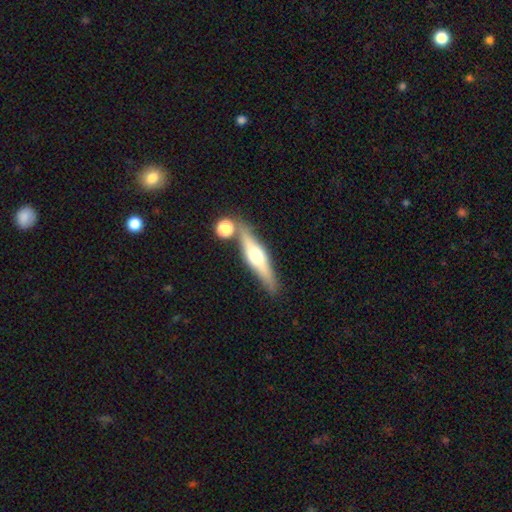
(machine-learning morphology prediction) This is likely a featured or disk galaxy (61%). It is clearly viewed edge-on (94%). Edge-on bulge: clearly rounded (92%). Merging: likely none (75%).